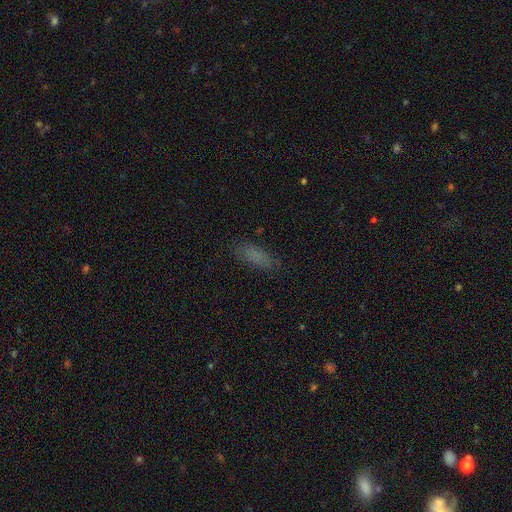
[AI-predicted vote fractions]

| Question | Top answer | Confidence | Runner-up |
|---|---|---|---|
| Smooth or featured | smooth | 79% | star or artifact (12%) |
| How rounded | in between | 57% | cigar-shaped (41%) |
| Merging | none | 80% | minor disturbance (14%) |